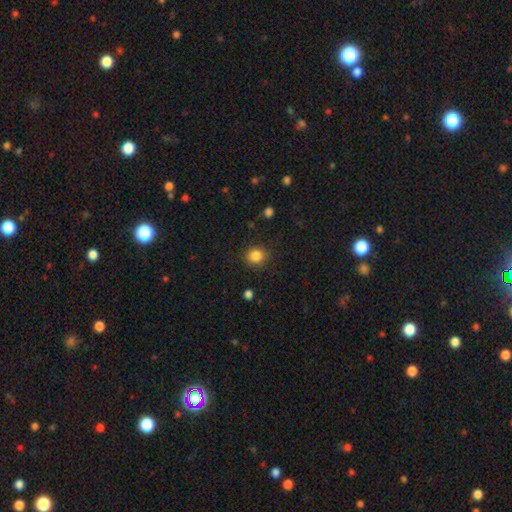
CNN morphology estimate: smooth_or_featured: smooth (p=0.85) [alt: star or artifact p=0.10]
how_rounded: round (p=0.77) [alt: in between p=0.22]
merging: none (p=0.87) [alt: minor disturbance p=0.09]